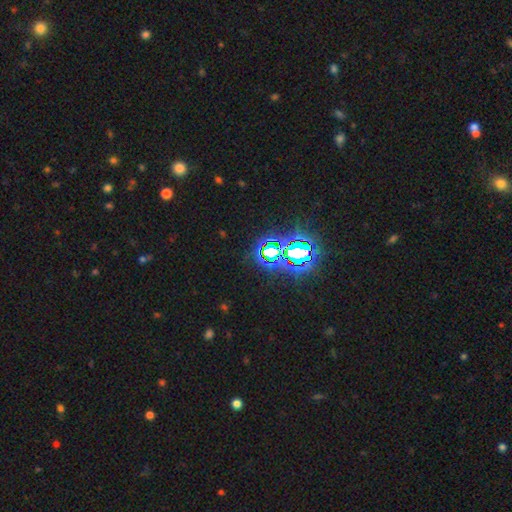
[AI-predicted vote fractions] smooth_or_featured: star or artifact (p=0.80) [alt: smooth p=0.14]